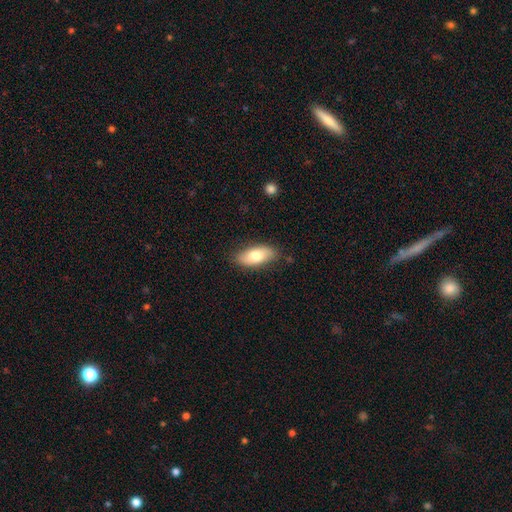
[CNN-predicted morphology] Smooth or featured?
  - smooth: 77% *
  - featured or disk: 17%
  - star or artifact: 6%
How rounded?
  - in between: 87% *
  - cigar-shaped: 11%
  - round: 3%
Merging?
  - none: 83% *
  - minor disturbance: 13%
  - major disturbance: 3%
  - merger: 1%